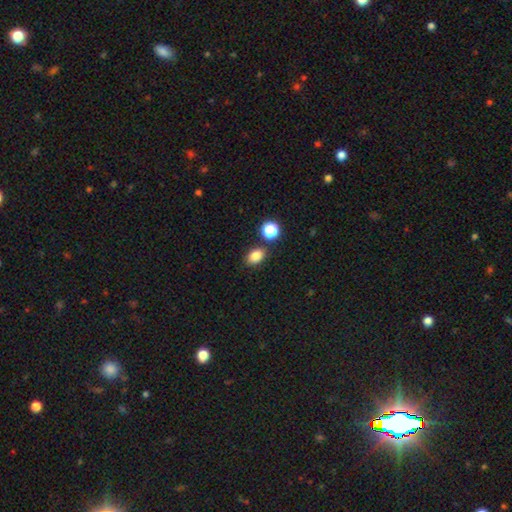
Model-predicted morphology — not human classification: type=smooth (83%); roundness=in between (75%); merging=none (80%).